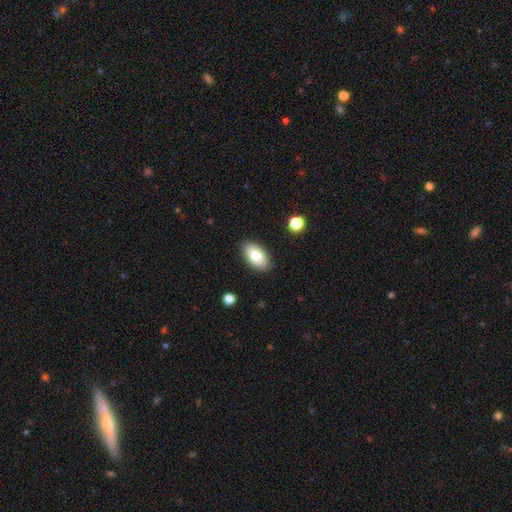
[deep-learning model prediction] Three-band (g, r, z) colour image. It shows a smooth galaxy with no disk features (80%) that is in between round and cigar-shaped (94%). Merging: none (87%).